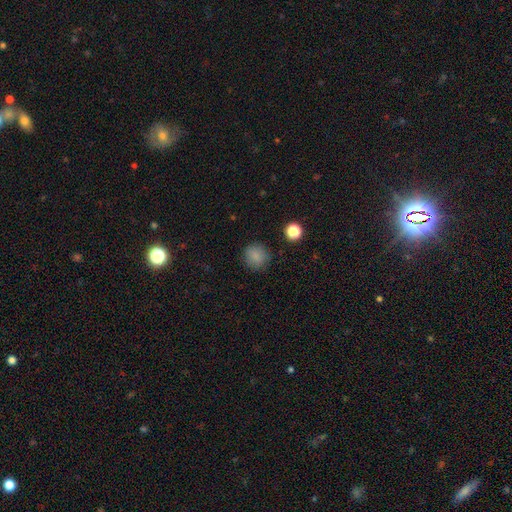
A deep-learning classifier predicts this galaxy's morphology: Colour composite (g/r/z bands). It shows a smooth galaxy with no disk features (84%) that is round (88%). Merging: none (86%).